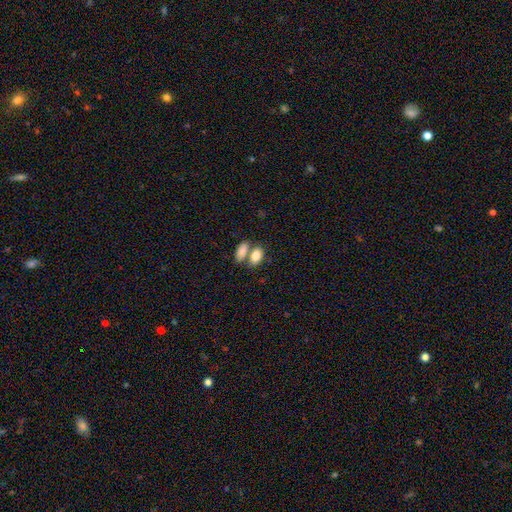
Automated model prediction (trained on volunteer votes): A smooth galaxy with no disk features (84%) that is in between round and cigar-shaped (89%). Merging: merger (47%).